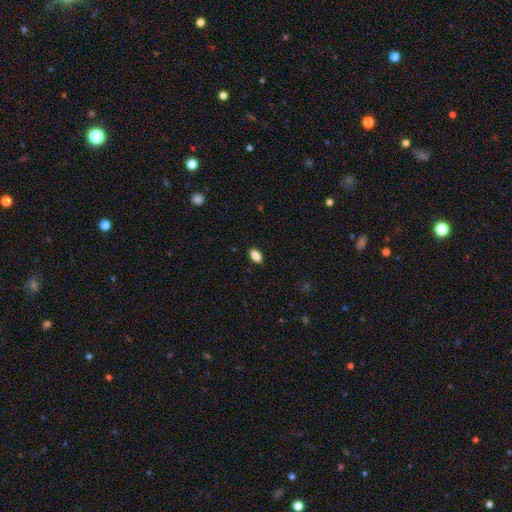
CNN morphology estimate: A smooth galaxy with no disk features (86%) that is in between round and cigar-shaped (90%).

Vote fractions:
- Smooth or featured? smooth: 86% / star or artifact: 8% / featured or disk: 5%
- How rounded? in between: 90% / cigar-shaped: 5% / round: 5%
- Merging? none: 89% / minor disturbance: 8% / major disturbance: 2% / merger: 1%